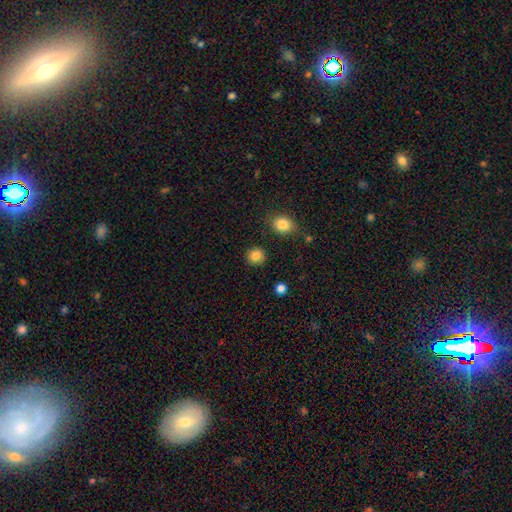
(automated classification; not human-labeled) smooth 85%, star or artifact 10%, featured or disk 5%. Down the decision tree: how rounded — round (90%); merging — none (89%).